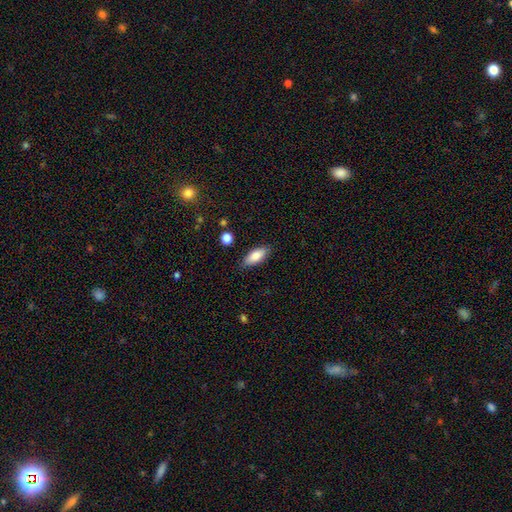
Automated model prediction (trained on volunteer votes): Smooth or featured? smooth (82%)
How rounded? in between (80%)
Merging? none (85%)